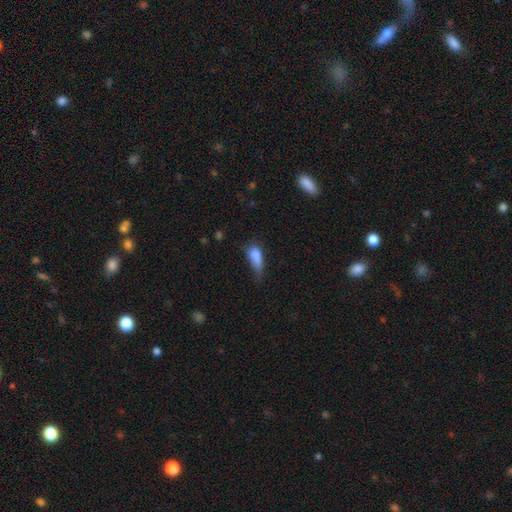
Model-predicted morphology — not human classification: This appears to be a smooth galaxy with no disk features (79%) that is in between round and cigar-shaped (74%). Merging: minor disturbance (42%).